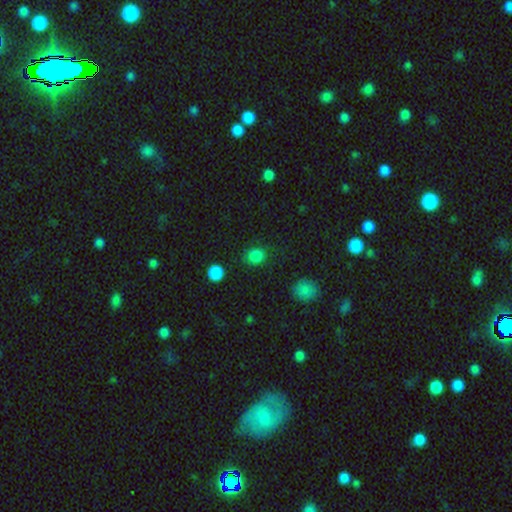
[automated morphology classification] Smooth or featured? smooth (84%)
How rounded? round (73%)
Merging? none (81%)